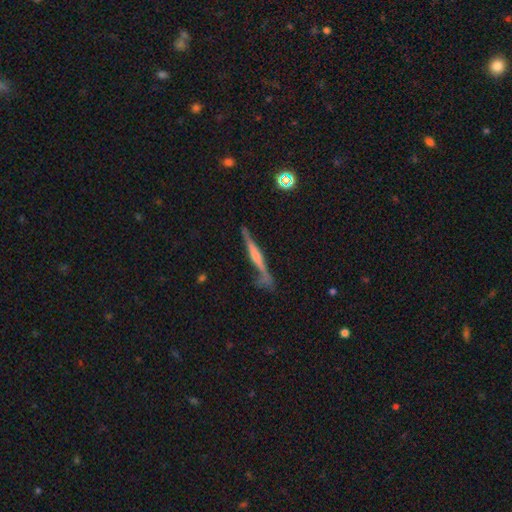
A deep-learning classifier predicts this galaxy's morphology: This is likely a featured or disk galaxy (67%). It is clearly viewed edge-on (93%). Edge-on bulge: likely rounded (61%). Merging: likely none (76%).